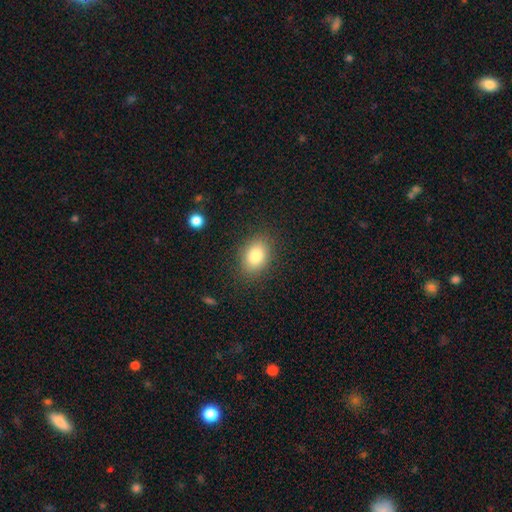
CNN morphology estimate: Smooth or featured? Predicted: smooth (p=0.82). How rounded? Predicted: in between (p=0.68). Merging? Predicted: none (p=0.86).